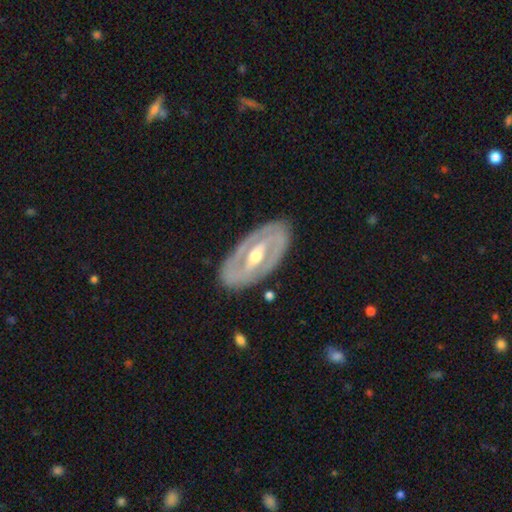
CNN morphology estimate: type=featured or disk (78%); edge-on=no (88%); bar=strong (39%); spiral arms=yes (51%); bulge=moderate (68%); merging=none (83%).